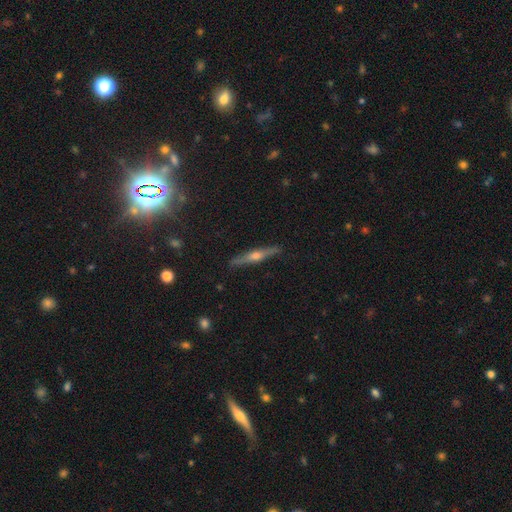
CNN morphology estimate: type=featured or disk (72%); edge-on=yes (97%); edge-on bulge=rounded (89%); merging=none (90%).